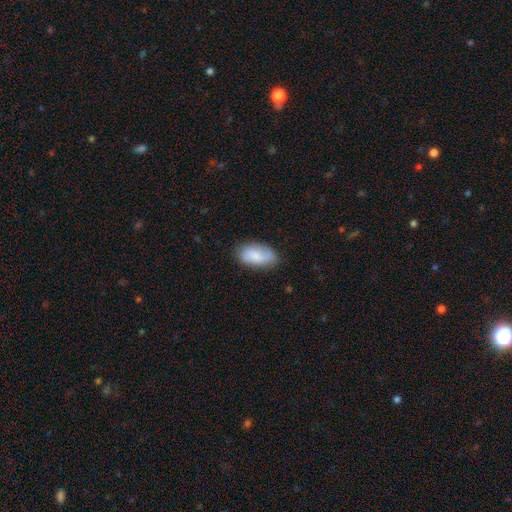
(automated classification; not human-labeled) smooth 73%, featured or disk 20%, star or artifact 7%. Down the decision tree: how rounded — in between (93%); merging — none (71%).